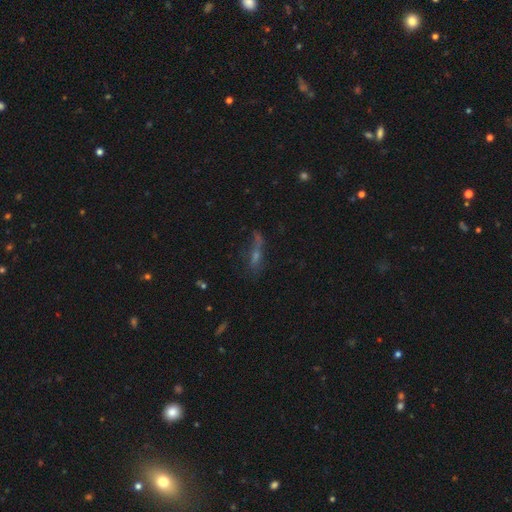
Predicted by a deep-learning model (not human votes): Smooth or featured? Predicted: featured or disk (p=0.42). Merging? Predicted: none (p=0.50).